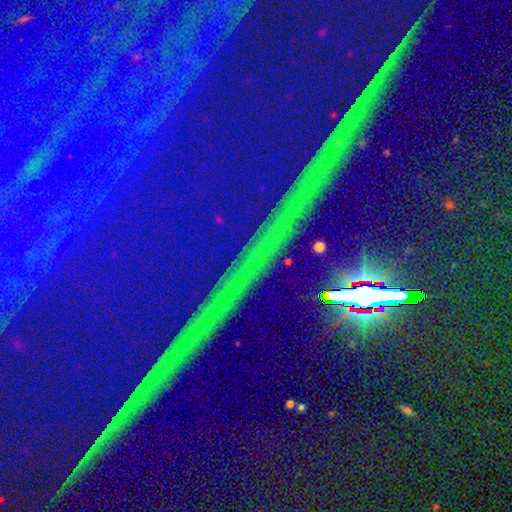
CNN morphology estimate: The model was most divided on "smooth or featured": star or artifact: 88%, featured or disk: 7%, smooth: 5%.